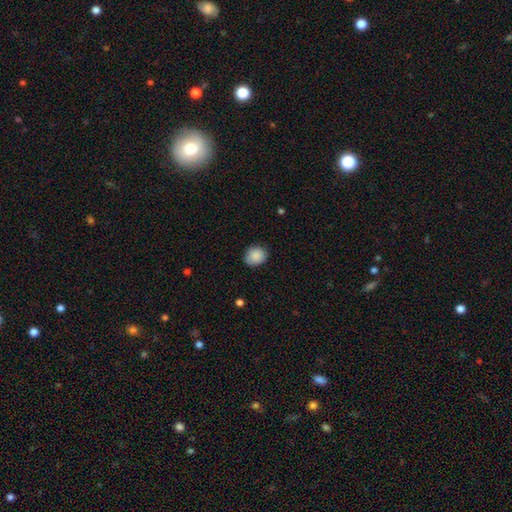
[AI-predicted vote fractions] Overall: smooth (88%). How rounded: round (72%). Merging: none (81%).